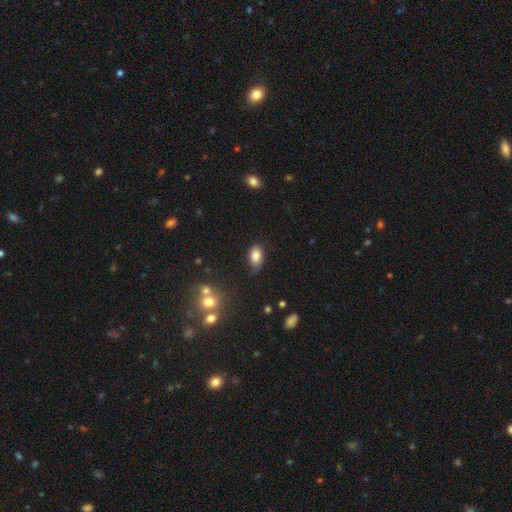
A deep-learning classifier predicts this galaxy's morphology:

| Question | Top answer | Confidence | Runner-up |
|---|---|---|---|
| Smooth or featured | smooth | 80% | featured or disk (11%) |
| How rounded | in between | 92% | round (6%) |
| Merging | none | 63% | minor disturbance (27%) |